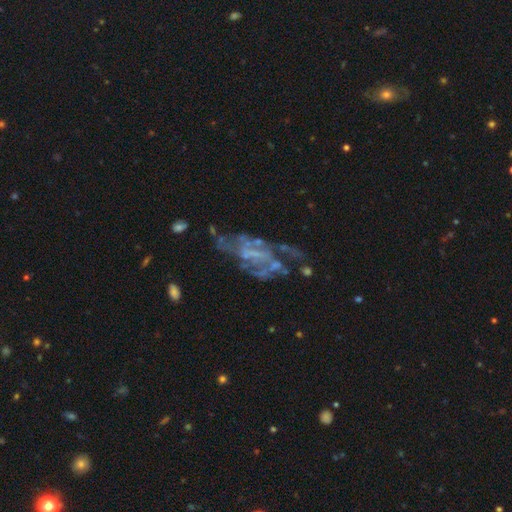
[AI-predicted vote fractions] The model was most divided on "bar": no: 50%, weak: 32%, strong: 18%. Remaining: edge-on disk — no (92%); spiral arms — yes (74%); smooth or featured — featured or disk (72%); bulge size — none (57%); merging — none (47%).